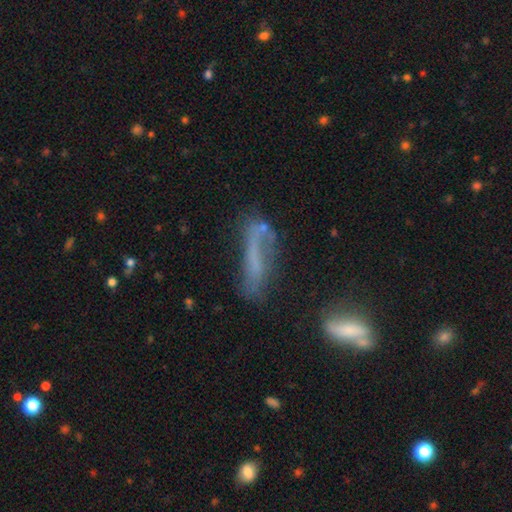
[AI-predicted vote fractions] smooth_or_featured: smooth (p=0.46) [alt: featured or disk p=0.43]
merging: none (p=0.38) [alt: minor disturbance p=0.26]